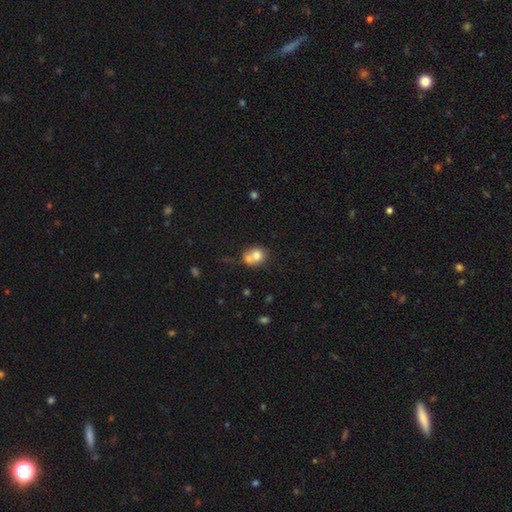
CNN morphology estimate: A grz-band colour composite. It shows a smooth galaxy with no disk features (73%) that is round (69%). Merging: merger (55%).